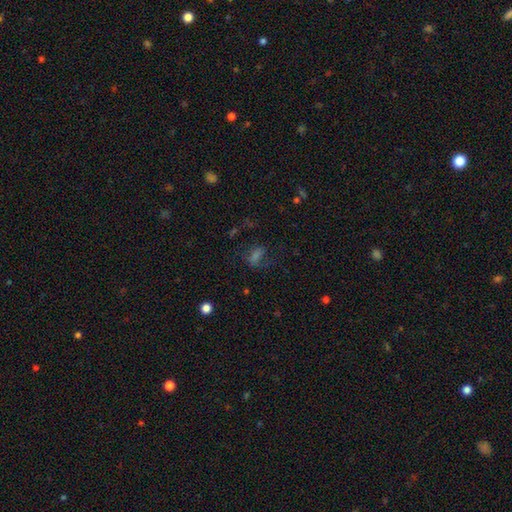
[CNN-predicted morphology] smooth 40%, star or artifact 31%, featured or disk 29%. Down the decision tree: merging — none (54%).